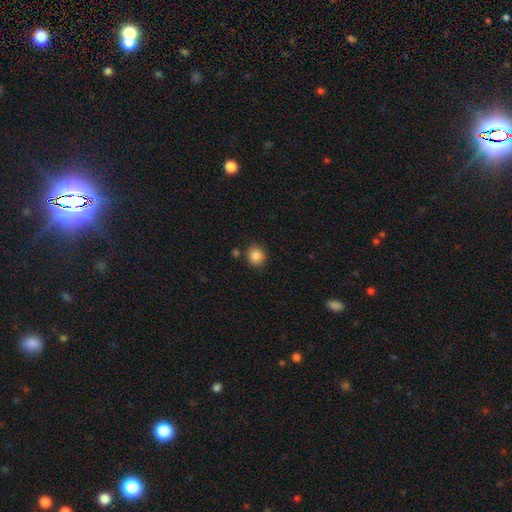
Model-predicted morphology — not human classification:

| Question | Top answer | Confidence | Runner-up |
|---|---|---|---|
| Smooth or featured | smooth | 86% | star or artifact (9%) |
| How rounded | round | 84% | in between (15%) |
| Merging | none | 83% | minor disturbance (10%) |